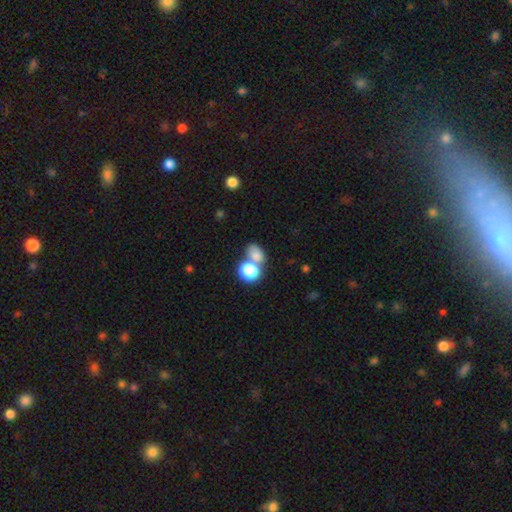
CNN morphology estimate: Overall: smooth (77%). How rounded: in between (57%; round 42%). Merging: merger (46%; none 40%).